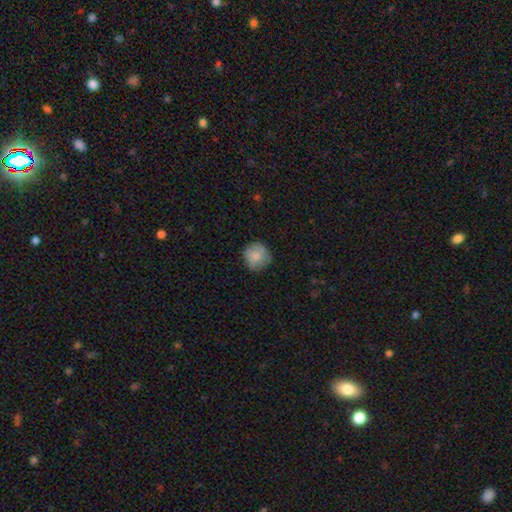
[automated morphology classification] type=smooth (81%); roundness=round (90%); merging=none (76%).